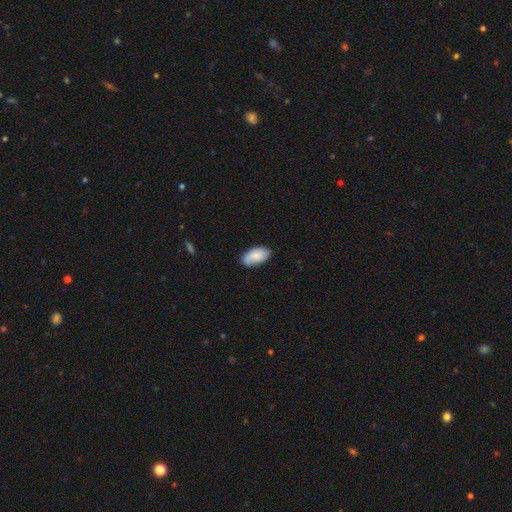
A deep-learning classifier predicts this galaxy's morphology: A smooth galaxy with no disk features (79%) that is in between round and cigar-shaped (95%). Merging: none (79%).